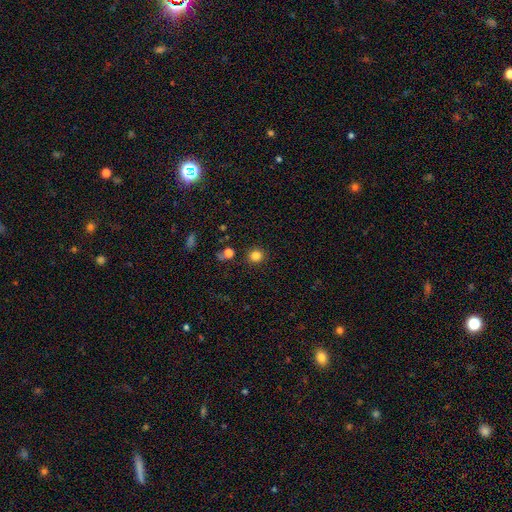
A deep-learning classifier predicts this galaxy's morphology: Smooth or featured?
  - smooth: 81% *
  - star or artifact: 14%
  - featured or disk: 5%
How rounded?
  - round: 90% *
  - in between: 9%
  - cigar-shaped: 1%
Merging?
  - none: 89% *
  - minor disturbance: 6%
  - merger: 3%
  - major disturbance: 2%